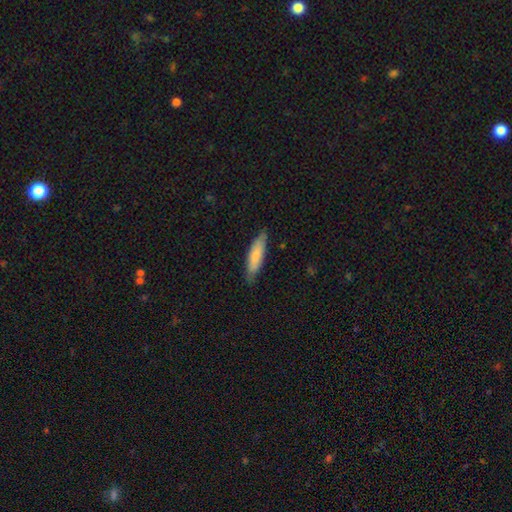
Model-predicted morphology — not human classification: The model was most divided on "how rounded": cigar-shaped: 63%, in between: 35%, round: 2%. More confident: merging — none (82%); smooth or featured — smooth (74%).